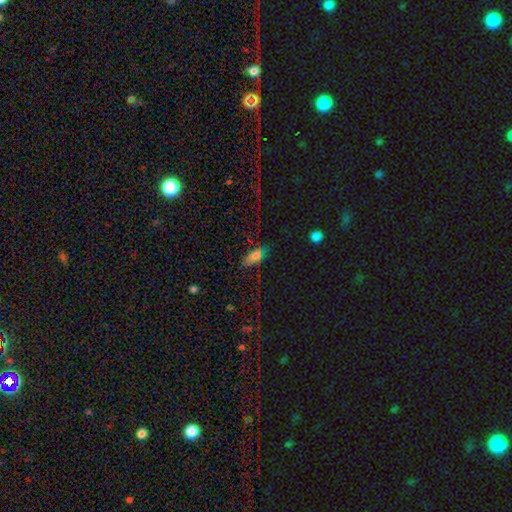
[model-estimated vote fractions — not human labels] Smooth or featured: smooth — 67% (star or artifact — 20%)
How rounded: in between — 80% (cigar-shaped — 15%)
Merging: none — 70% (minor disturbance — 20%)